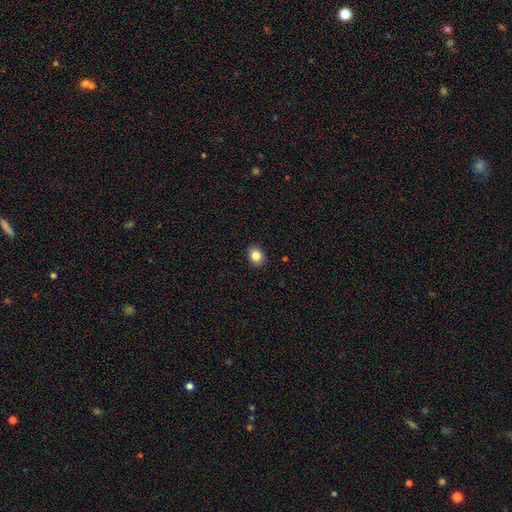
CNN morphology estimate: A smooth galaxy with no disk features (84%) that is round (59%).

Vote fractions:
- Smooth or featured? smooth: 84% / star or artifact: 10% / featured or disk: 6%
- How rounded? round: 59% / in between: 40% / cigar-shaped: 1%
- Merging? none: 91% / minor disturbance: 6% / major disturbance: 2% / merger: 1%